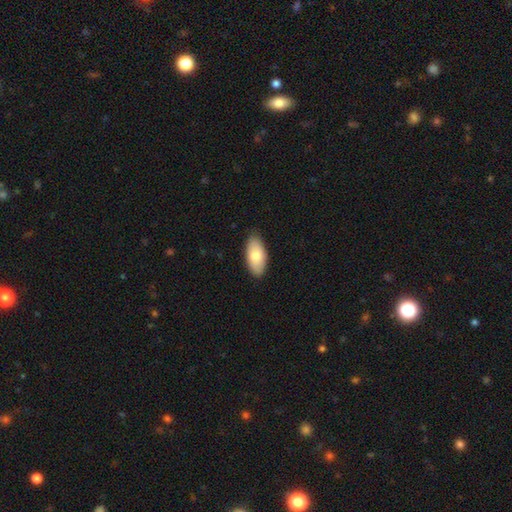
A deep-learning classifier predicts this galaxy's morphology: smooth 78%, featured or disk 16%, star or artifact 6%. Down the decision tree: how rounded — in between (92%); merging — none (87%).